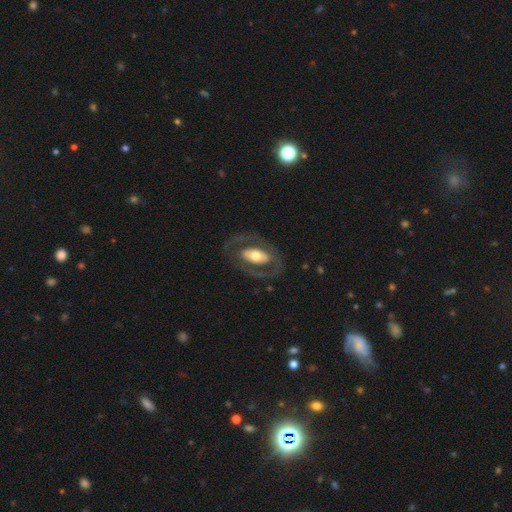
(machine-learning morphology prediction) Smooth or featured? Predicted: featured or disk (p=0.67). Edge-on disk? Predicted: no (p=0.92). Bar? Predicted: no (p=0.59). Spiral arms? Predicted: no (p=0.60). Bulge size? Predicted: moderate (p=0.59). Merging? Predicted: none (p=0.74).